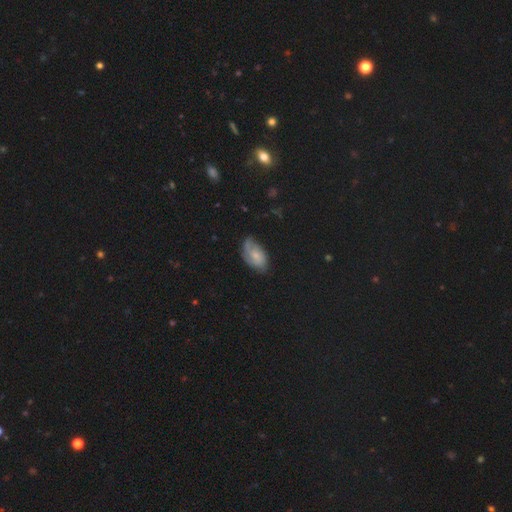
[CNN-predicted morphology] The model was most divided on "smooth or featured": smooth: 52%, featured or disk: 40%, star or artifact: 8%. More confident: how rounded — in between (92%); merging — none (53%).